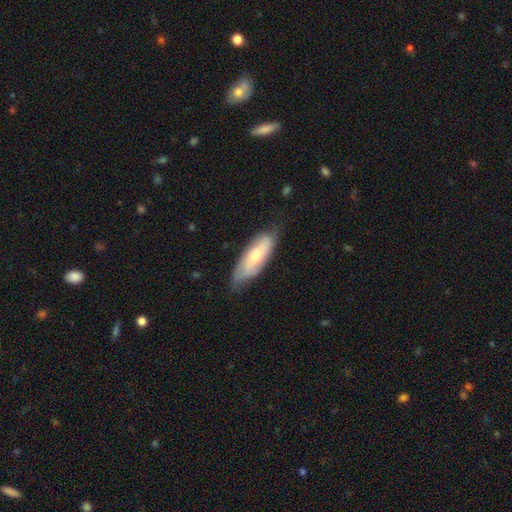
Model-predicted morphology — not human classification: A featured or disk galaxy (48%). Merging: none (66%).